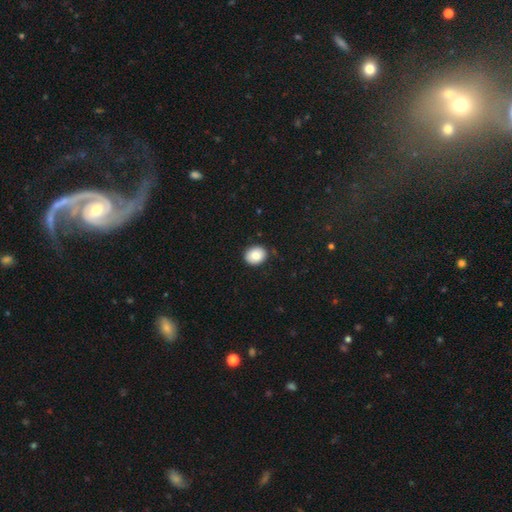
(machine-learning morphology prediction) This is clearly a smooth galaxy (82%). How rounded: possibly round (59%). Merging: clearly none (87%).